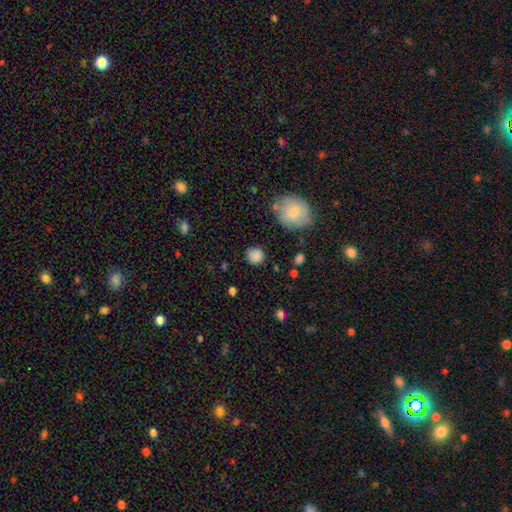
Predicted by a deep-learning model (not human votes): This appears to be a smooth galaxy with no disk features (84%) that is round (90%). Merging: none (83%).